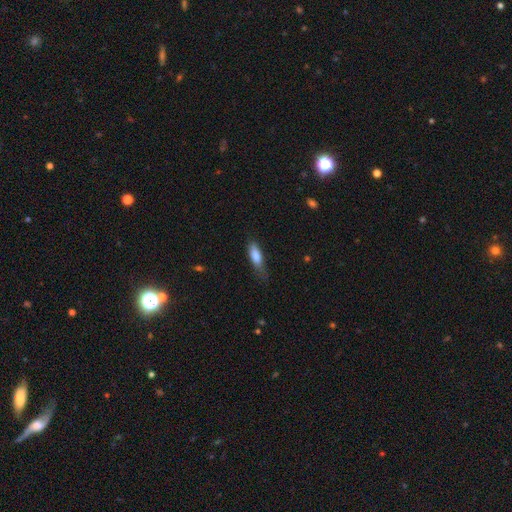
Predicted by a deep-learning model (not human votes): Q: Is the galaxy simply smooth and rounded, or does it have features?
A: smooth — 81%.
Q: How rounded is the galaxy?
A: in between — 57%.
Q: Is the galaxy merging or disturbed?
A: none — 54%.